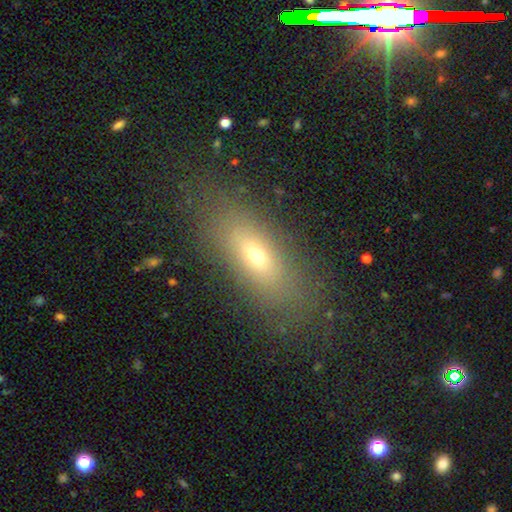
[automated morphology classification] Smooth or featured? Predicted: smooth (p=0.60). How rounded? Predicted: in between (p=0.65). Merging? Predicted: none (p=0.81).